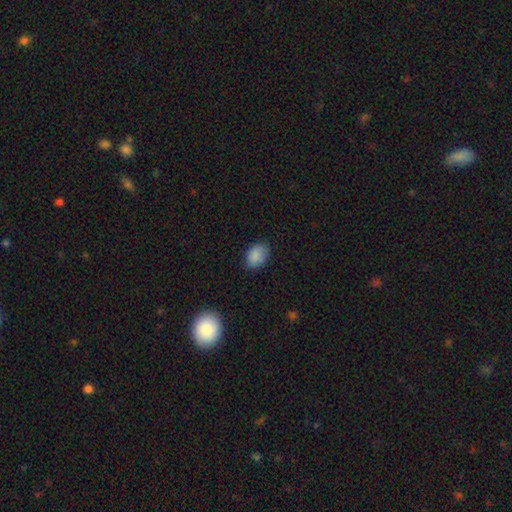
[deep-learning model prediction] smooth-or-featured: smooth: 87% | star or artifact: 9% | featured or disk: 5%
  how-rounded: in between: 79% | round: 19% | cigar-shaped: 1%
  merging: none: 79% | minor disturbance: 17% | major disturbance: 3% | merger: 1%